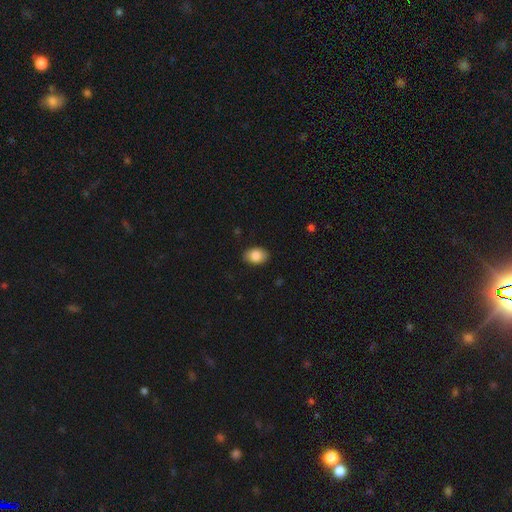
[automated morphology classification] Smooth or featured: smooth — 86% (star or artifact — 7%)
How rounded: in between — 82% (round — 17%)
Merging: none — 88% (minor disturbance — 9%)